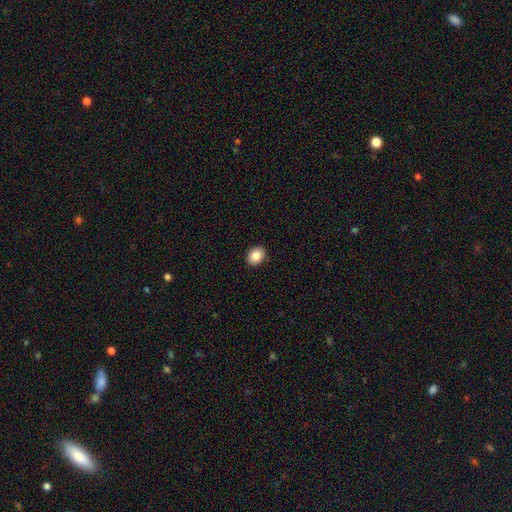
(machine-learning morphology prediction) This appears to be a smooth galaxy with no disk features (85%) that is in between round and cigar-shaped (64%). Merging: none (90%).